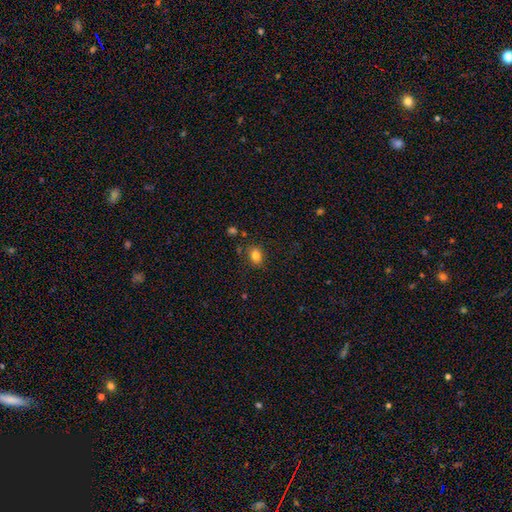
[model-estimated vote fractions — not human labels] Q: Smooth or featured?
A: smooth (80%); runner-up: star or artifact (11%)
Q: How rounded?
A: in between (70%); runner-up: round (29%)
Q: Merging?
A: none (80%); runner-up: minor disturbance (13%)